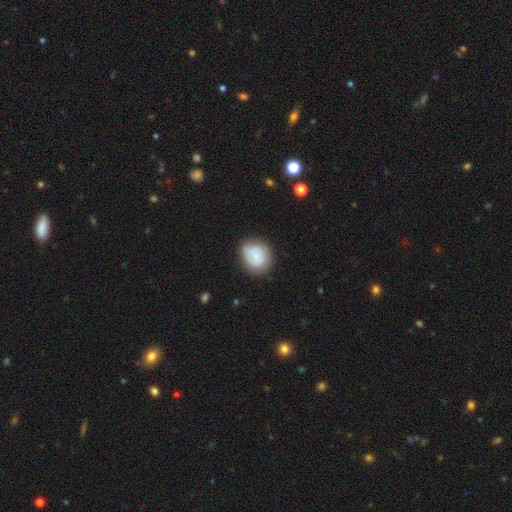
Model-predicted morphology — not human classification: Smooth or featured? Predicted: smooth (p=0.68). How rounded? Predicted: round (p=0.67). Merging? Predicted: none (p=0.74).